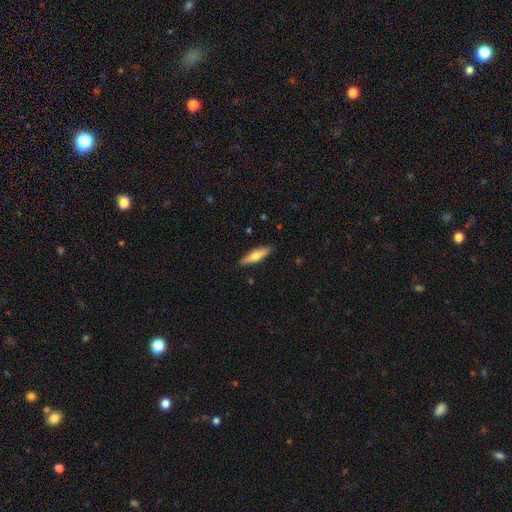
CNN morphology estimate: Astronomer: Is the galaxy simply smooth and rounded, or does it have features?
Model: smooth — 52% (runner-up: featured or disk, 43%).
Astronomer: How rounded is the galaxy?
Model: cigar-shaped — 66%.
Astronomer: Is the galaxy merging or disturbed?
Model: none — 89%.